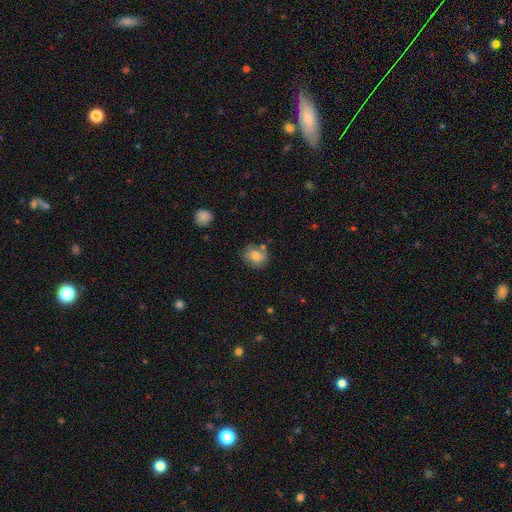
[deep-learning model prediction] A smooth galaxy with no disk features (76%) that is round (74%).

Vote fractions:
- Smooth or featured? smooth: 76% / featured or disk: 15% / star or artifact: 9%
- How rounded? round: 74% / in between: 25% / cigar-shaped: 1%
- Merging? none: 72% / minor disturbance: 18% / merger: 6% / major disturbance: 4%